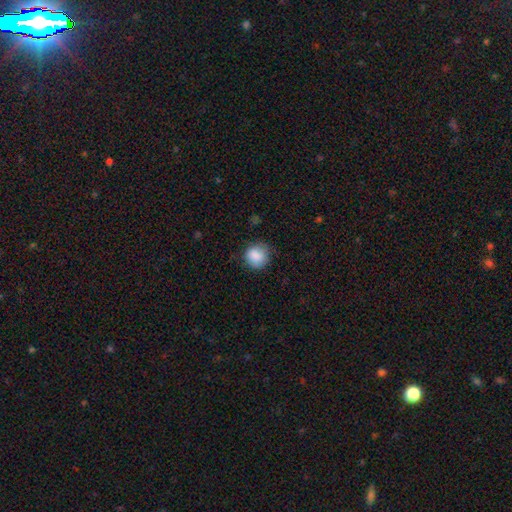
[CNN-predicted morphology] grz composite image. It shows a smooth galaxy with no disk features (87%) that is round (86%). Merging: none (76%).